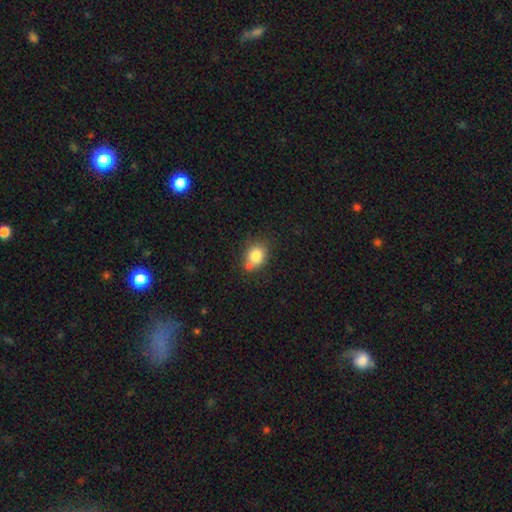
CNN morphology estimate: Smooth or featured: smooth — 81% (star or artifact — 10%)
How rounded: round — 61% (in between — 38%)
Merging: none — 57% (merger — 22%)